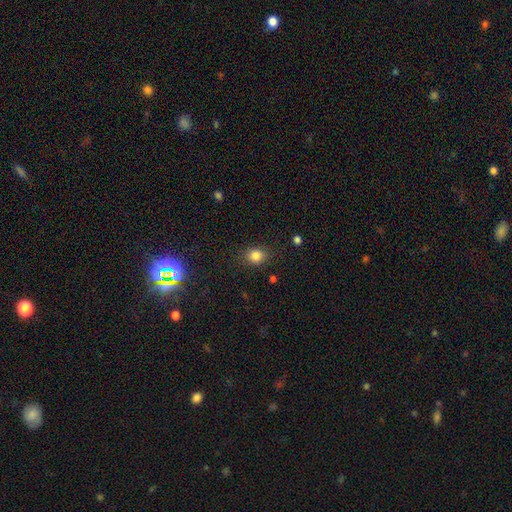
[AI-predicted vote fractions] A smooth galaxy with no disk features (83%) that is round (60%).

Vote fractions:
- Smooth or featured? smooth: 83% / star or artifact: 12% / featured or disk: 5%
- How rounded? round: 60% / in between: 38% / cigar-shaped: 1%
- Merging? none: 84% / minor disturbance: 11% / major disturbance: 4% / merger: 2%